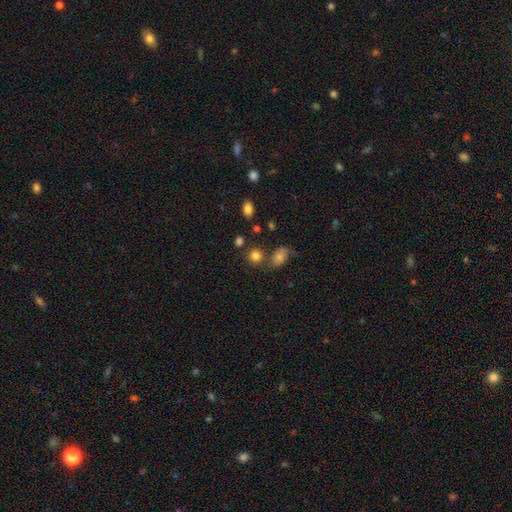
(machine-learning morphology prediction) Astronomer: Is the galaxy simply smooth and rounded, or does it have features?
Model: smooth — 81%.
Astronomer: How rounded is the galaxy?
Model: round — 81%.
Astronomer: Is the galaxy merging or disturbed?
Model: none — 70%.